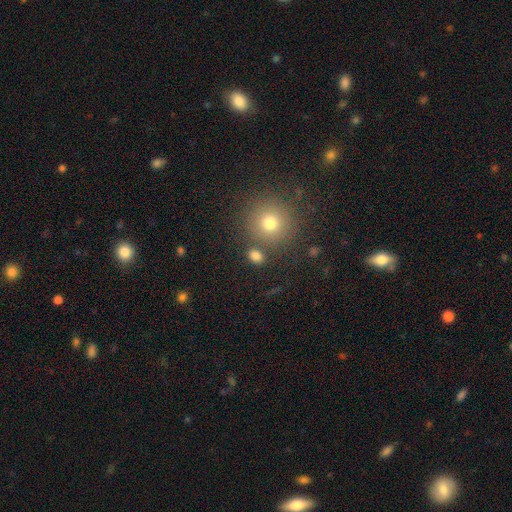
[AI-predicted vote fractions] Smooth or featured?
  - smooth: 79% *
  - star or artifact: 14%
  - featured or disk: 7%
How rounded?
  - in between: 54% *
  - round: 44%
  - cigar-shaped: 2%
Merging?
  - none: 74% *
  - merger: 11%
  - minor disturbance: 10%
  - major disturbance: 4%